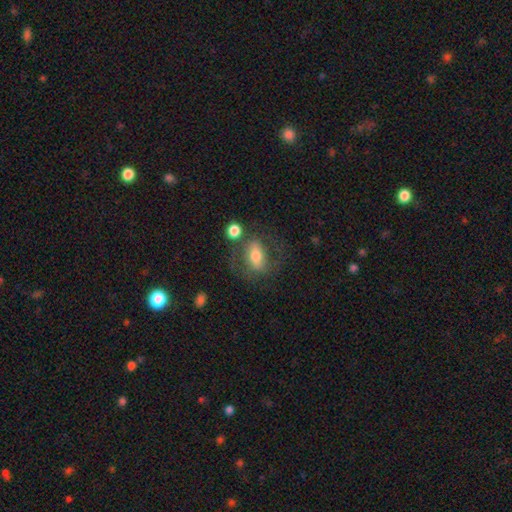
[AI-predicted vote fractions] Smooth or featured?
  - smooth: 47% *
  - featured or disk: 44%
  - star or artifact: 9%
Merging?
  - none: 58% *
  - minor disturbance: 18%
  - major disturbance: 14%
  - merger: 10%